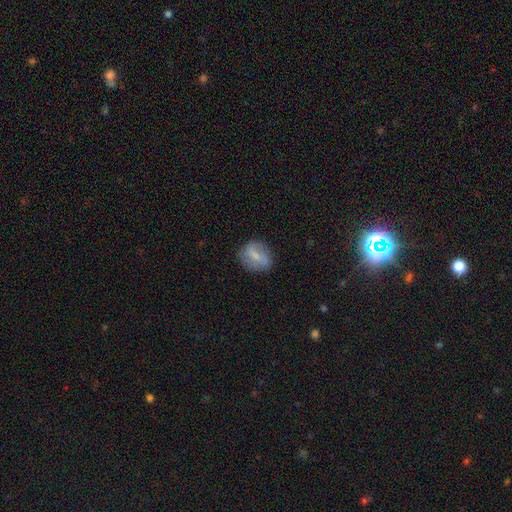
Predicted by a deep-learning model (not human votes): Q: Smooth or featured?
A: smooth (56%); runner-up: featured or disk (36%)
Q: How rounded?
A: round (62%); runner-up: in between (36%)
Q: Merging?
A: none (74%); runner-up: minor disturbance (19%)